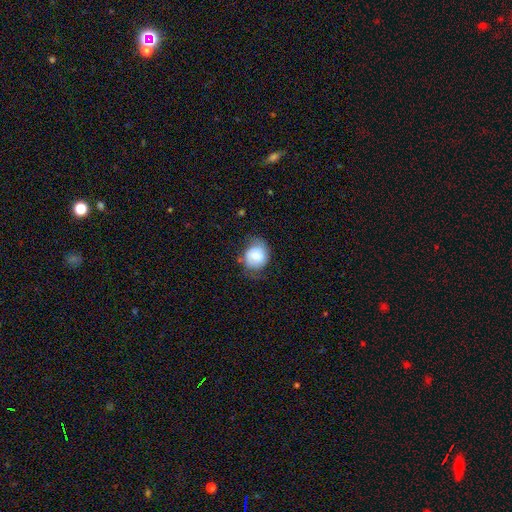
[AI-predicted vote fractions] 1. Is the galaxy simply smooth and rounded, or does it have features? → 67% smooth, 25% featured or disk, 8% star or artifact.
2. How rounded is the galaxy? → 72% round, 27% in between, 1% cigar-shaped.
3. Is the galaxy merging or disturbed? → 59% none, 27% minor disturbance, 12% major disturbance, 2% merger.